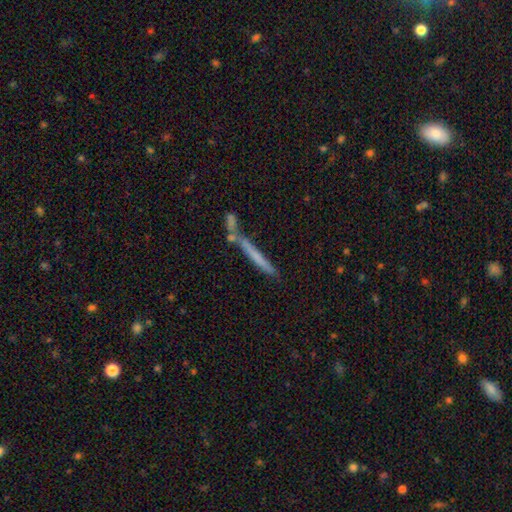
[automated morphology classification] Q: Smooth or featured?
A: smooth (53%); runner-up: featured or disk (39%)
Q: How rounded?
A: cigar-shaped (96%); runner-up: in between (3%)
Q: Merging?
A: none (64%); runner-up: merger (18%)